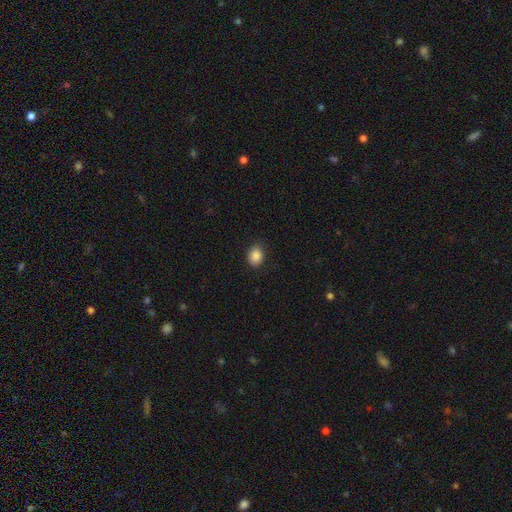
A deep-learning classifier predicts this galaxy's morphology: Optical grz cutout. It shows a smooth galaxy with no disk features (88%) that is in between round and cigar-shaped (58%). Merging: none (85%).